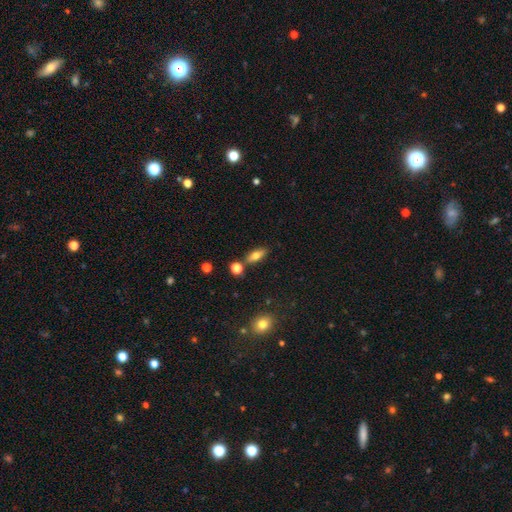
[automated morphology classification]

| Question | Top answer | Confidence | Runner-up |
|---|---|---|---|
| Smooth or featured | smooth | 65% | featured or disk (26%) |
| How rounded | in between | 67% | cigar-shaped (27%) |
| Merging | none | 77% | minor disturbance (11%) |